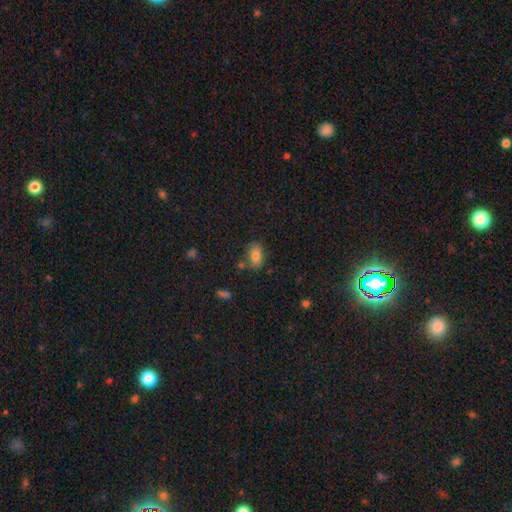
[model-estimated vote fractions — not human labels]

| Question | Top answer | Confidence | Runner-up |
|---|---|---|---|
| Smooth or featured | smooth | 80% | featured or disk (10%) |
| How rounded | in between | 87% | round (10%) |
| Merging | none | 73% | minor disturbance (15%) |